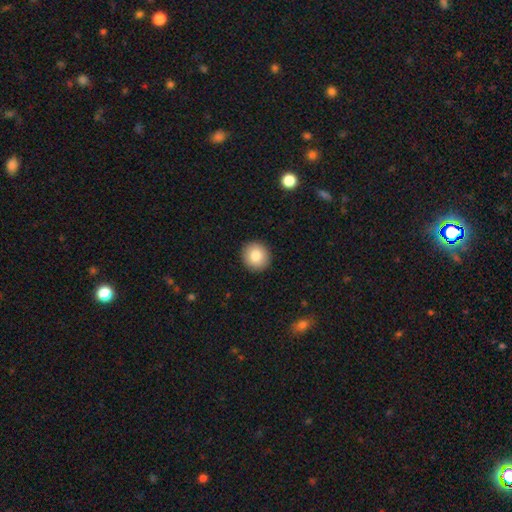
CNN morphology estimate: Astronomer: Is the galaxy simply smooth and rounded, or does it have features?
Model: smooth — 84%.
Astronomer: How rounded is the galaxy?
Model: round — 93%.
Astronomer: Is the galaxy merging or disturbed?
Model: none — 93%.